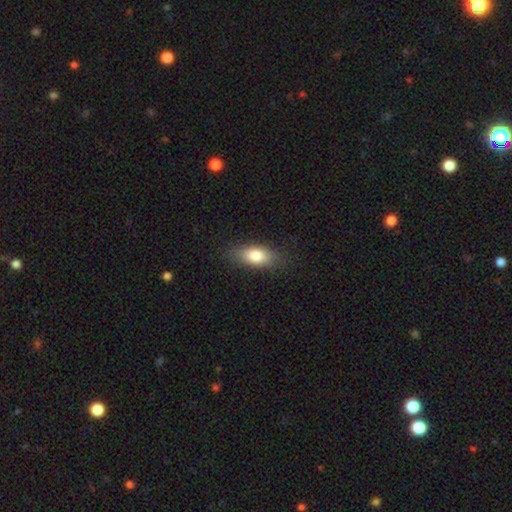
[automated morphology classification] Smooth or featured?
  - smooth: 82% *
  - featured or disk: 11%
  - star or artifact: 7%
How rounded?
  - in between: 85% *
  - cigar-shaped: 10%
  - round: 5%
Merging?
  - none: 84% *
  - minor disturbance: 12%
  - major disturbance: 3%
  - merger: 1%